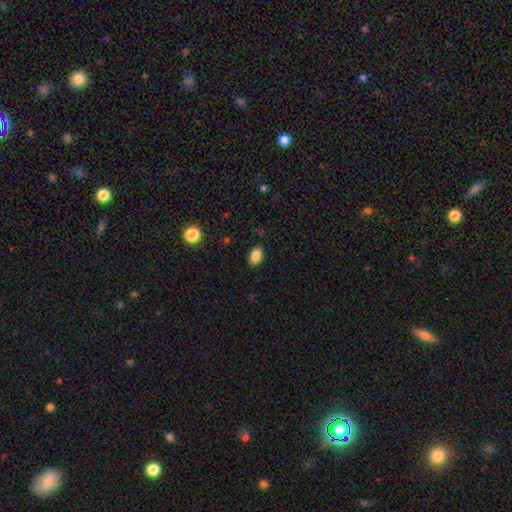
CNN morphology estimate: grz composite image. It shows a smooth galaxy with no disk features (86%) that is in between round and cigar-shaped (88%). Merging: none (86%).